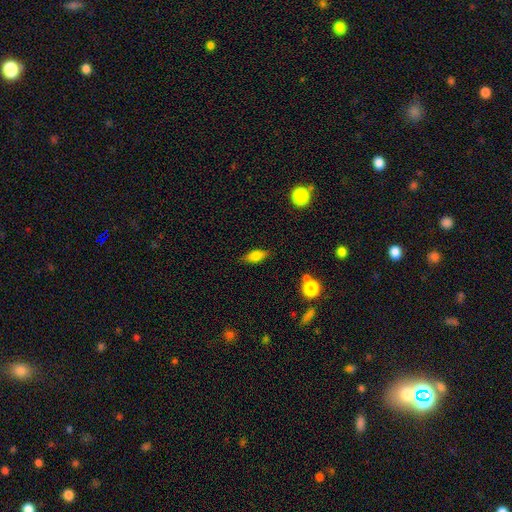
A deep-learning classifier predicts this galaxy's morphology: The model was most divided on "smooth or featured": smooth: 75%, featured or disk: 16%, star or artifact: 9%. More confident: merging — none (81%); how rounded — in between (77%).